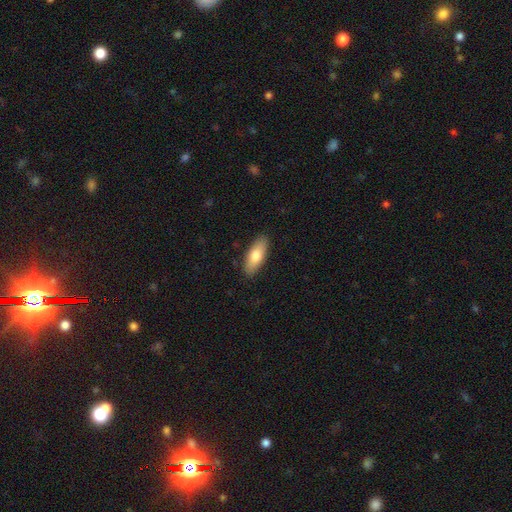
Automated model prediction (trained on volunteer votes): A smooth galaxy with no disk features (76%) that is in between round and cigar-shaped (71%). Merging: none (89%).